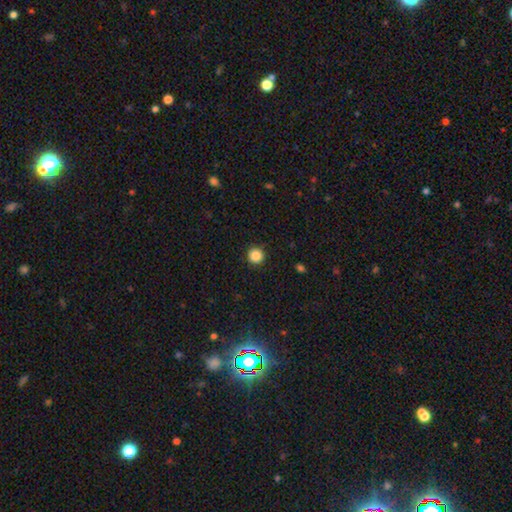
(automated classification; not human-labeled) Q: Smooth or featured?
A: smooth (87%); runner-up: star or artifact (10%)
Q: How rounded?
A: round (95%); runner-up: in between (4%)
Q: Merging?
A: none (92%); runner-up: minor disturbance (6%)